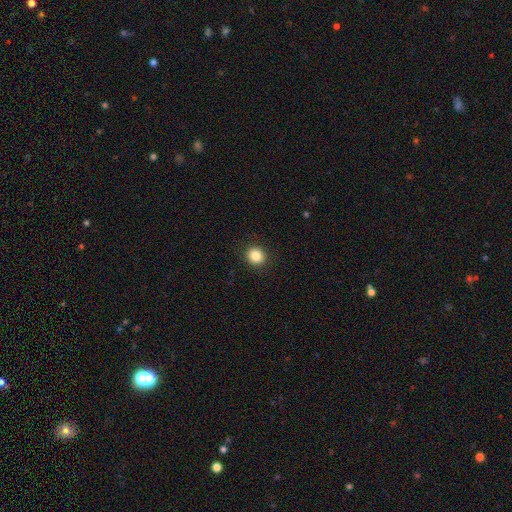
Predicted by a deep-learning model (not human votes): This is clearly a smooth galaxy (85%). How rounded: clearly round (86%). Merging: clearly none (92%).